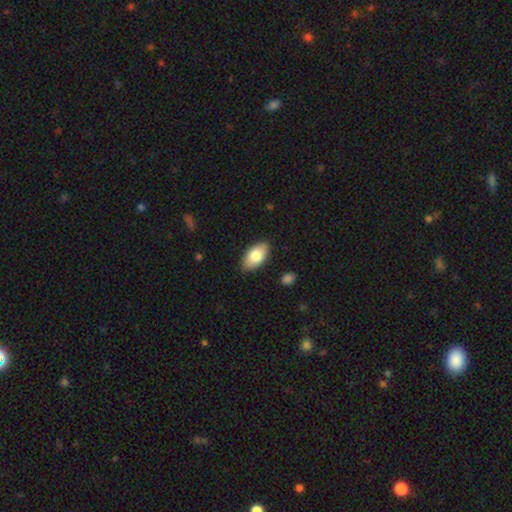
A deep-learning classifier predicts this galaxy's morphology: Smooth or featured? Predicted: smooth (p=0.78). How rounded? Predicted: in between (p=0.94). Merging? Predicted: none (p=0.86).